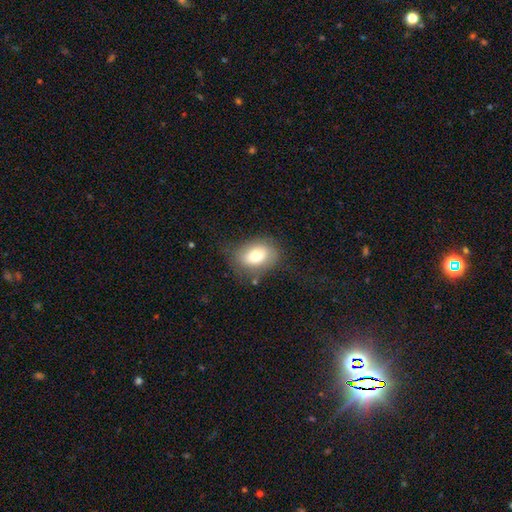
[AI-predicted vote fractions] smooth_or_featured: smooth (p=0.76) [alt: featured or disk p=0.16]
how_rounded: in between (p=0.77) [alt: round p=0.22]
merging: none (p=0.69) [alt: minor disturbance p=0.20]